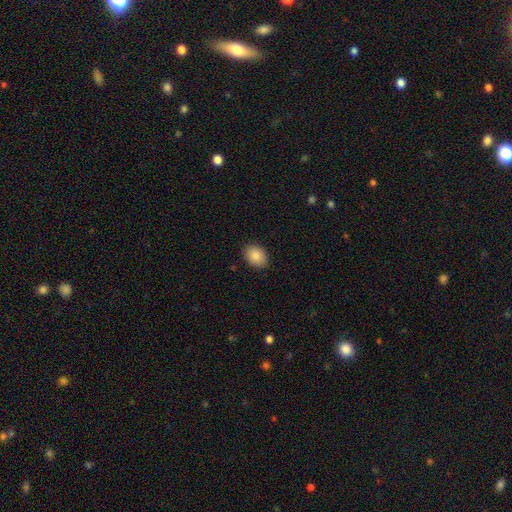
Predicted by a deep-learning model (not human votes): A smooth galaxy with no disk features (87%) that is in between round and cigar-shaped (66%). Merging: none (89%).